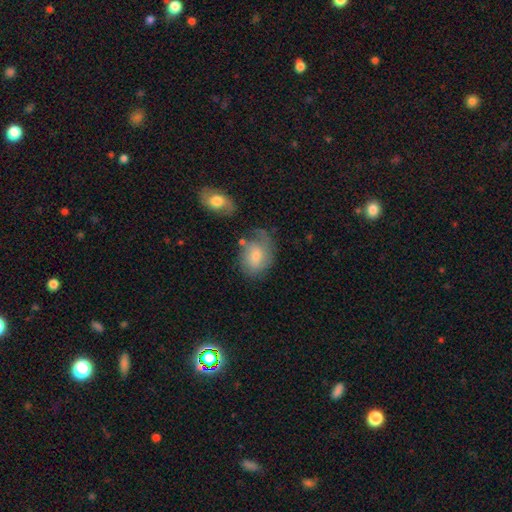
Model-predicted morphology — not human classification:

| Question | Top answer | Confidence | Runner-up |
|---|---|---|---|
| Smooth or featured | smooth | 52% | featured or disk (36%) |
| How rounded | in between | 67% | round (32%) |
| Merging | none | 50% | minor disturbance (27%) |